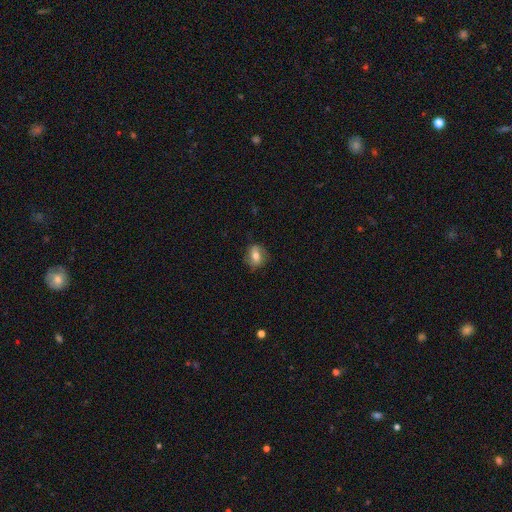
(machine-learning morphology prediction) Smooth or featured? smooth (53%)
How rounded? in between (50%)
Merging? none (74%)